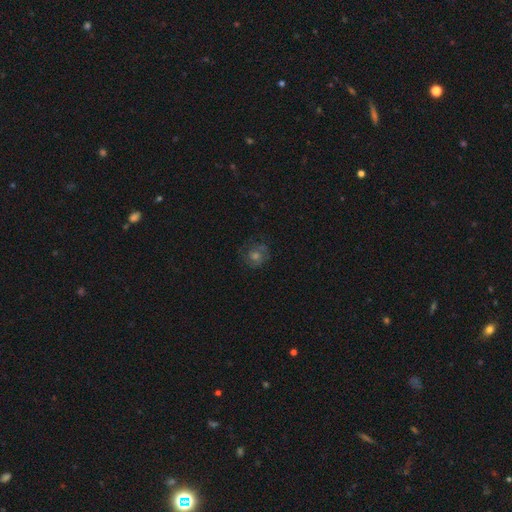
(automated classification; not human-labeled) Smooth or featured?
  - featured or disk: 47% *
  - smooth: 31%
  - star or artifact: 22%
Merging?
  - none: 77% *
  - minor disturbance: 14%
  - major disturbance: 7%
  - merger: 1%